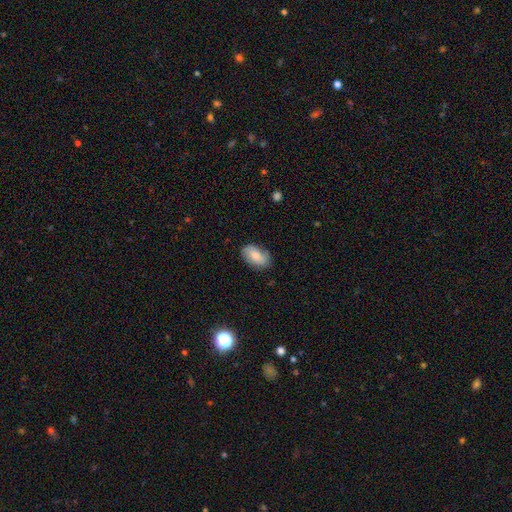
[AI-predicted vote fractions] smooth_or_featured: smooth (p=0.73) [alt: featured or disk p=0.21]
how_rounded: in between (p=0.92) [alt: round p=0.06]
merging: none (p=0.78) [alt: minor disturbance p=0.17]